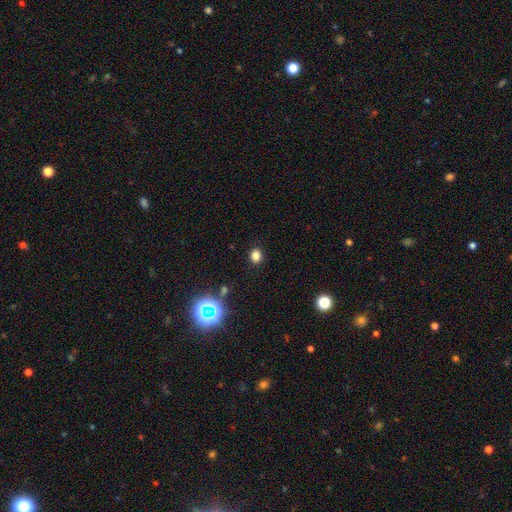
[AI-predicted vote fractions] Smooth or featured?
  - smooth: 77% *
  - star or artifact: 18%
  - featured or disk: 5%
How rounded?
  - round: 62% *
  - in between: 36%
  - cigar-shaped: 1%
Merging?
  - none: 89% *
  - minor disturbance: 7%
  - major disturbance: 3%
  - merger: 1%